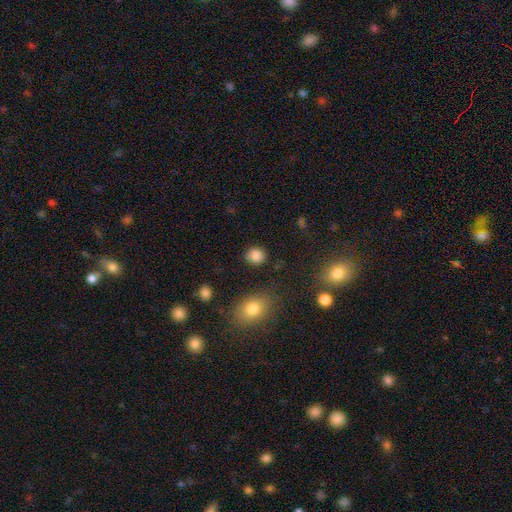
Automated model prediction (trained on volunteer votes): Overall: smooth (85%). How rounded: round (80%). Merging: none (87%).